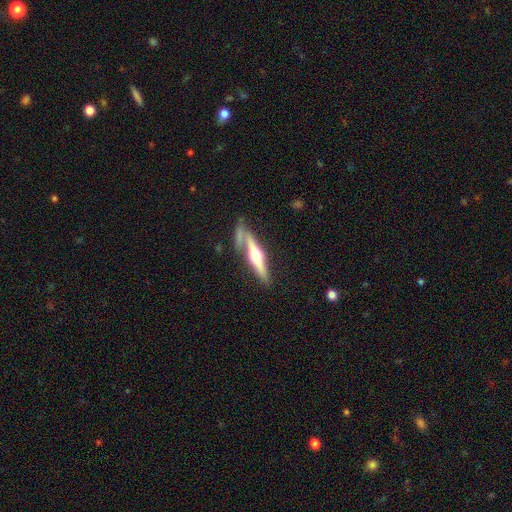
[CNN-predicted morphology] Overall: featured or disk (66%; smooth 29%). Edge-on disk: yes (95%). Edge-on bulge: rounded (91%). Merging: none (62%).